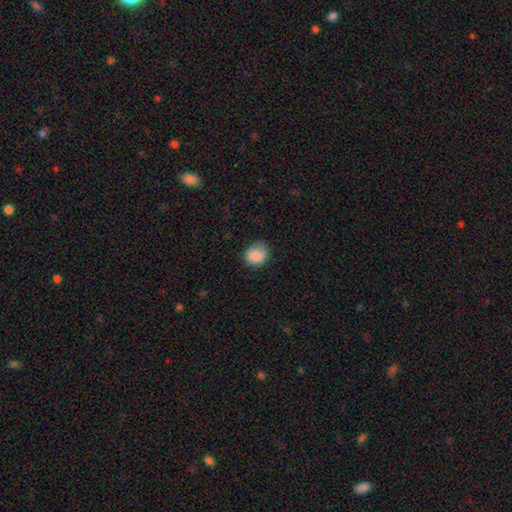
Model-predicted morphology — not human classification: This is clearly a smooth galaxy (82%). How rounded: likely round (74%). Merging: likely none (69%).